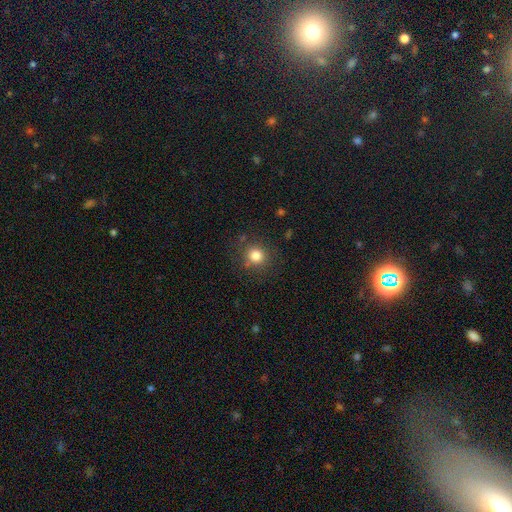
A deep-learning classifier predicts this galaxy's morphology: Smooth or featured? smooth (81%)
How rounded? round (89%)
Merging? none (83%)